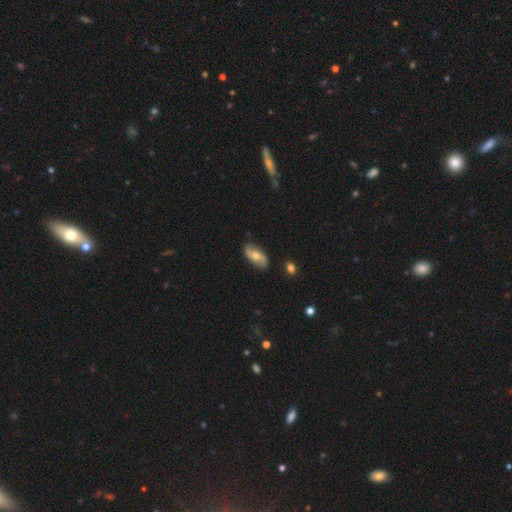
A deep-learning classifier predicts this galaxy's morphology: Overall: featured or disk (53%; smooth 40%). Edge-on disk: no (89%). Merging: none (84%).